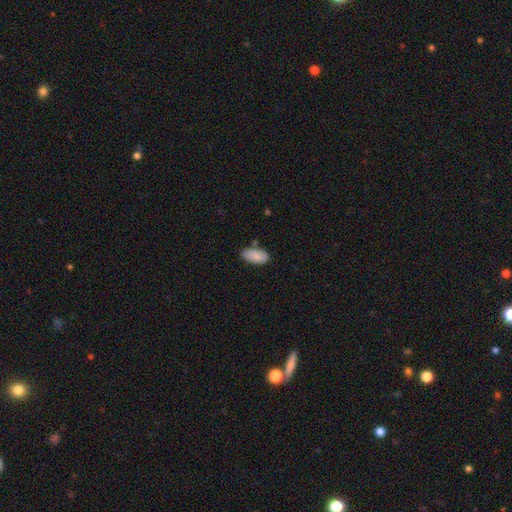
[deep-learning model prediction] smooth 86%, featured or disk 7%, star or artifact 7%. Down the decision tree: how rounded — in between (93%); merging — none (71%).